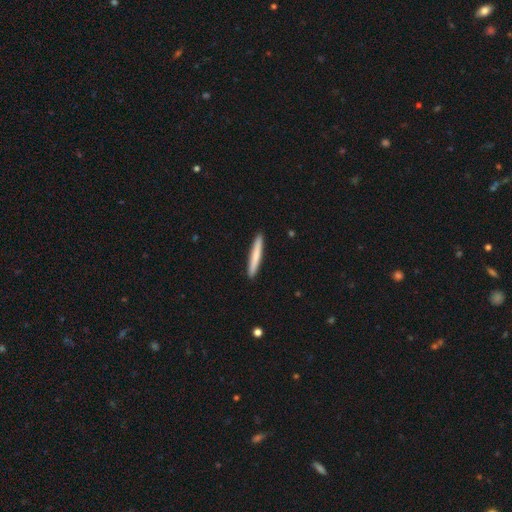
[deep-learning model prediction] Smooth or featured: smooth — 75% (featured or disk — 20%)
How rounded: cigar-shaped — 96% (in between — 3%)
Merging: none — 92% (minor disturbance — 5%)